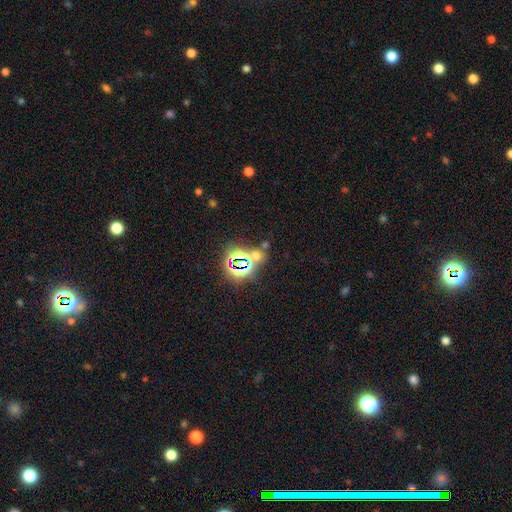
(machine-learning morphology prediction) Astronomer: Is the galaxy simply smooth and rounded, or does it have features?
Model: star or artifact — 61%.